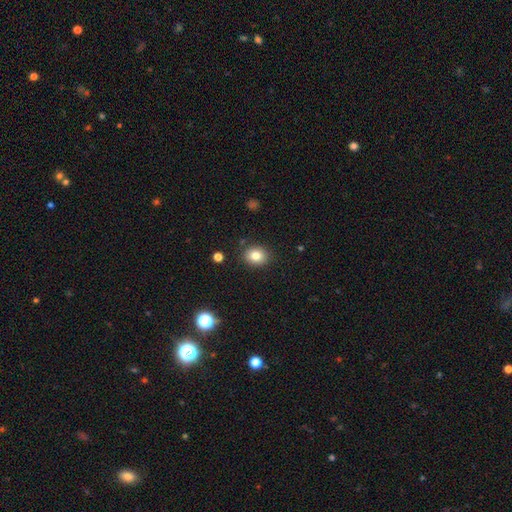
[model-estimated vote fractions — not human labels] A smooth galaxy with no disk features (82%) that is round (59%).

Vote fractions:
- Smooth or featured? smooth: 82% / star or artifact: 11% / featured or disk: 7%
- How rounded? round: 59% / in between: 41% / cigar-shaped: 1%
- Merging? none: 87% / minor disturbance: 9% / major disturbance: 2% / merger: 2%